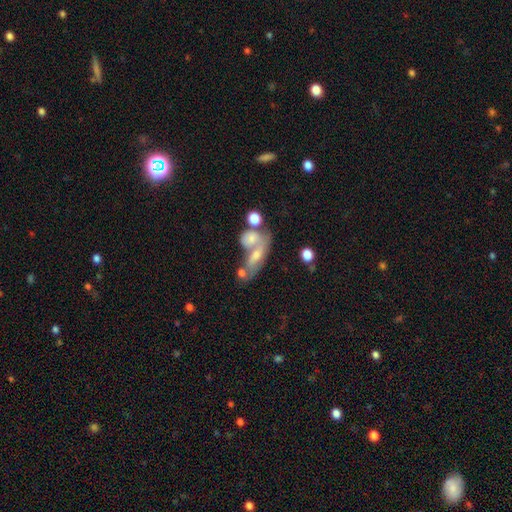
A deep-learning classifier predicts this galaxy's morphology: type=smooth (50%); merging=merger (51%).